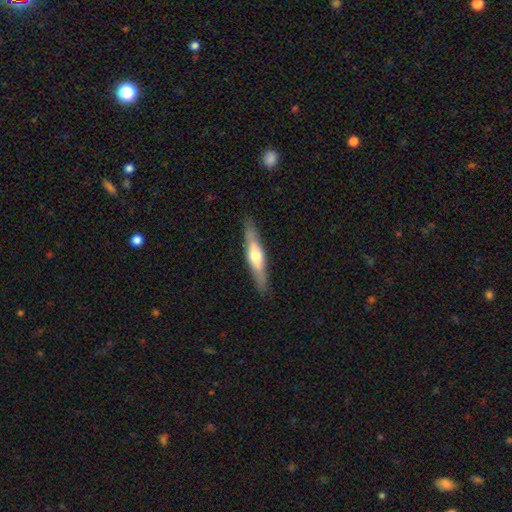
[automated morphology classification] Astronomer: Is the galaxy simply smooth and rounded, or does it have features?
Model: featured or disk — 53% (runner-up: smooth, 41%).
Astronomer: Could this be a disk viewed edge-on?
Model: yes — 88%.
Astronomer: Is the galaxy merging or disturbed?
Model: none — 88%.